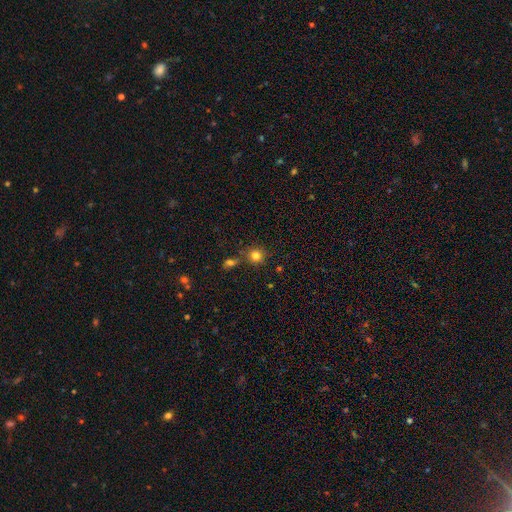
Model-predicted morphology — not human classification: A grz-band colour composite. It shows a smooth galaxy with no disk features (80%) that is round (88%). Merging: none (74%).